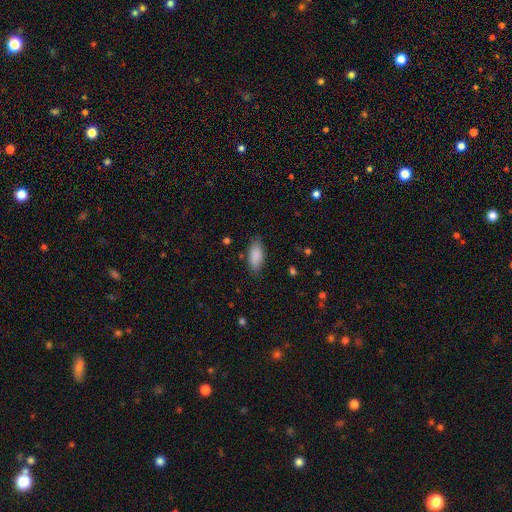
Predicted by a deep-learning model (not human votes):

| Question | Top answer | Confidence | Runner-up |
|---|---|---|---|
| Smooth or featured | smooth | 89% | star or artifact (7%) |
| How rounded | in between | 87% | cigar-shaped (11%) |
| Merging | none | 82% | minor disturbance (13%) |